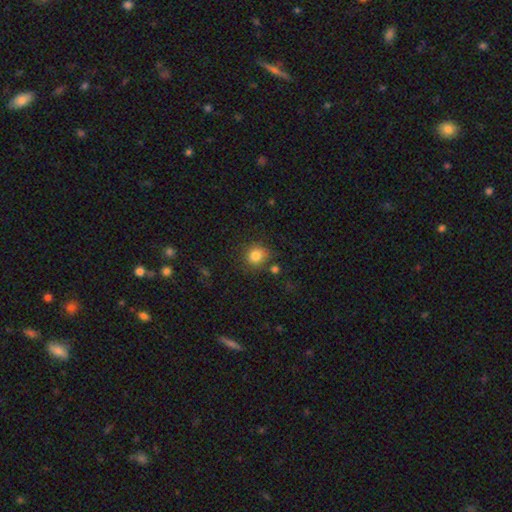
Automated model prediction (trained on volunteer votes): smooth-or-featured: smooth: 83% | star or artifact: 11% | featured or disk: 6%
  how-rounded: round: 87% | in between: 12% | cigar-shaped: 1%
  merging: none: 78% | minor disturbance: 12% | merger: 6% | major disturbance: 4%